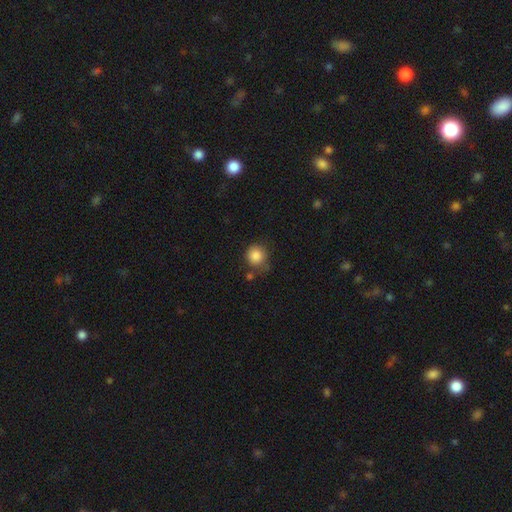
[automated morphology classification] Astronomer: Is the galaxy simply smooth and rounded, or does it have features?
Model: smooth — 86%.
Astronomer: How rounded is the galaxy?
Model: round — 90%.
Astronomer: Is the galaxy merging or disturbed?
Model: none — 64%.